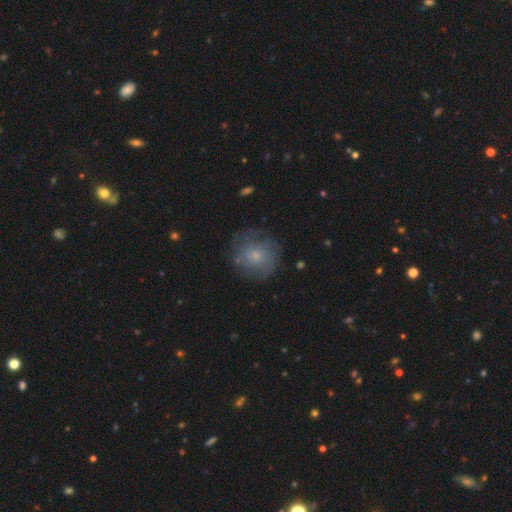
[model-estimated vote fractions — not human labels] A smooth galaxy with no disk features (46%). Merging: none (71%).